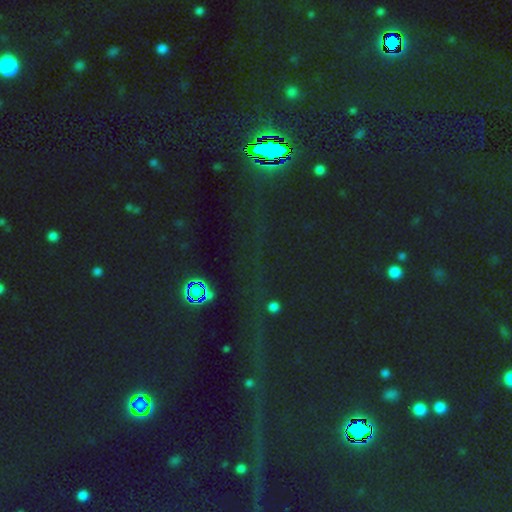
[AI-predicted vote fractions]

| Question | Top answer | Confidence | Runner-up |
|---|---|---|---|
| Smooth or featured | star or artifact | 82% | smooth (11%) |